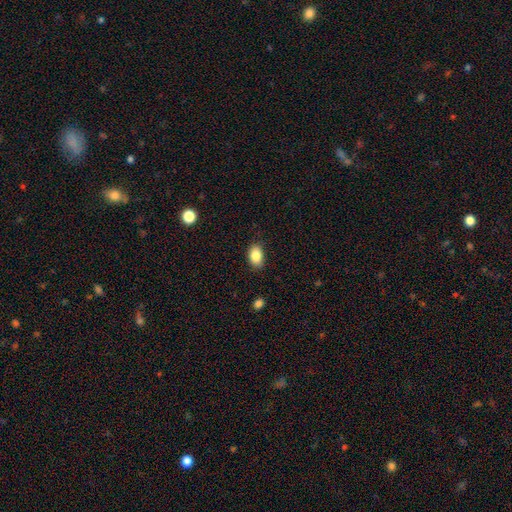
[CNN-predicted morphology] This appears to be a smooth galaxy with no disk features (86%) that is in between round and cigar-shaped (87%). Merging: none (85%).